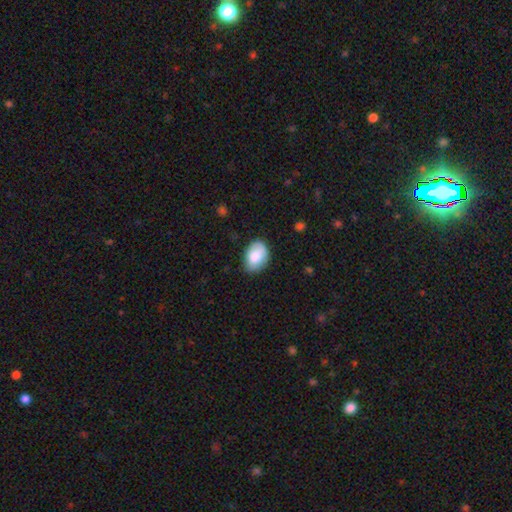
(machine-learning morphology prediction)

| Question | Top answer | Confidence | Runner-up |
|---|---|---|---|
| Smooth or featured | smooth | 83% | featured or disk (11%) |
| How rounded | in between | 81% | round (18%) |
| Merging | none | 72% | minor disturbance (22%) |